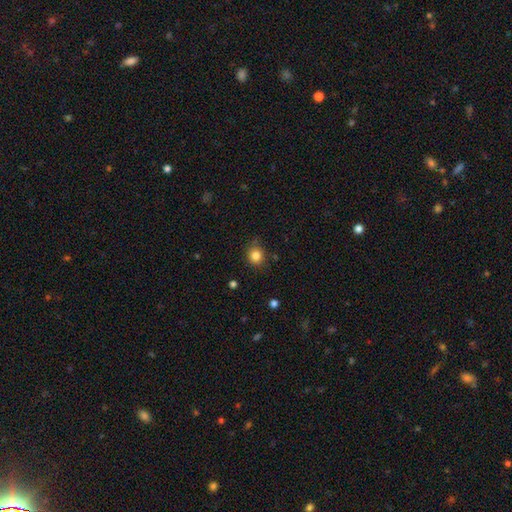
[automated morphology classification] A smooth galaxy with no disk features (83%) that is round (89%).

Vote fractions:
- Smooth or featured? smooth: 83% / star or artifact: 12% / featured or disk: 5%
- How rounded? round: 89% / in between: 10% / cigar-shaped: 1%
- Merging? none: 83% / minor disturbance: 12% / major disturbance: 3% / merger: 3%